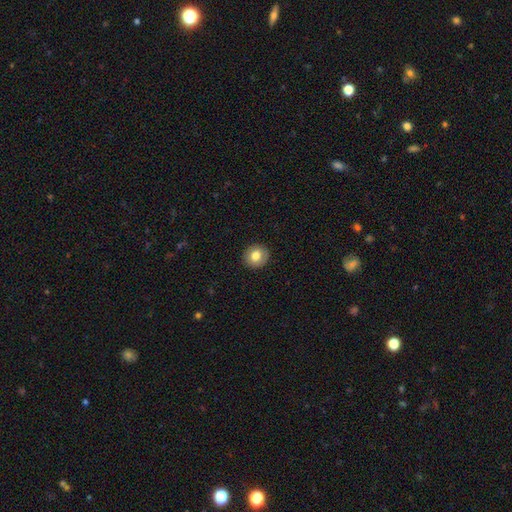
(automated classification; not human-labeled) Smooth or featured? Predicted: smooth (p=0.78). How rounded? Predicted: round (p=0.87). Merging? Predicted: none (p=0.90).